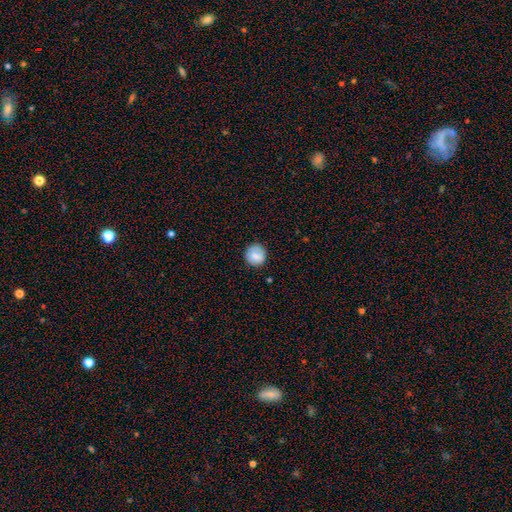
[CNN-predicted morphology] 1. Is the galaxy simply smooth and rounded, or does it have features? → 81% smooth, 10% featured or disk, 8% star or artifact.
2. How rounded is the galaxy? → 90% round, 9% in between, 1% cigar-shaped.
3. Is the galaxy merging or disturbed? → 84% none, 13% minor disturbance, 3% major disturbance, 1% merger.